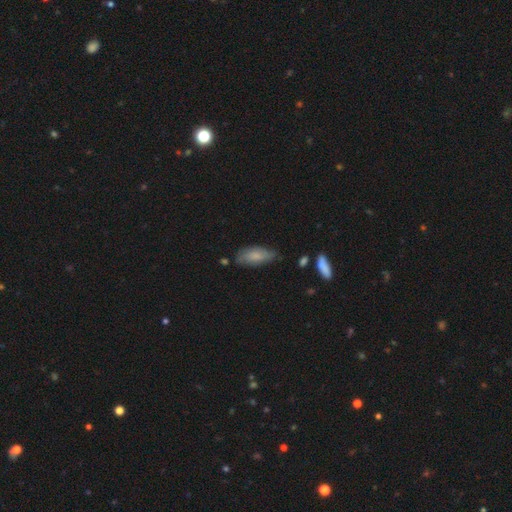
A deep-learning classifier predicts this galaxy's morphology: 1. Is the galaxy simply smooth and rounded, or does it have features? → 74% smooth, 19% featured or disk, 6% star or artifact.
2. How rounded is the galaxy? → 79% in between, 19% cigar-shaped, 2% round.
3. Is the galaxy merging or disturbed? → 62% none, 29% minor disturbance, 6% major disturbance, 3% merger.